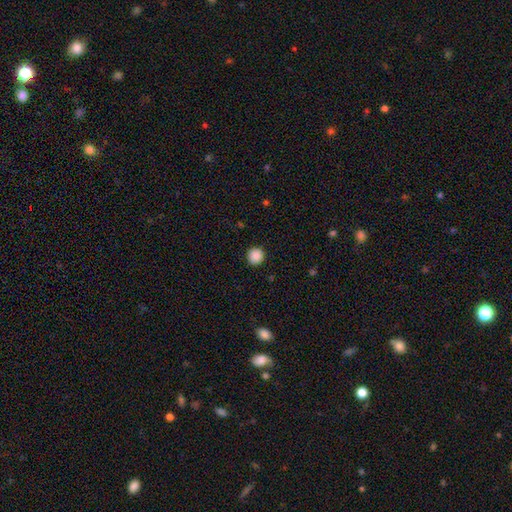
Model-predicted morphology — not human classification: Smooth or featured?
  - smooth: 88% *
  - star or artifact: 9%
  - featured or disk: 2%
How rounded?
  - round: 92% *
  - in between: 7%
  - cigar-shaped: 1%
Merging?
  - none: 91% *
  - minor disturbance: 6%
  - major disturbance: 2%
  - merger: 1%